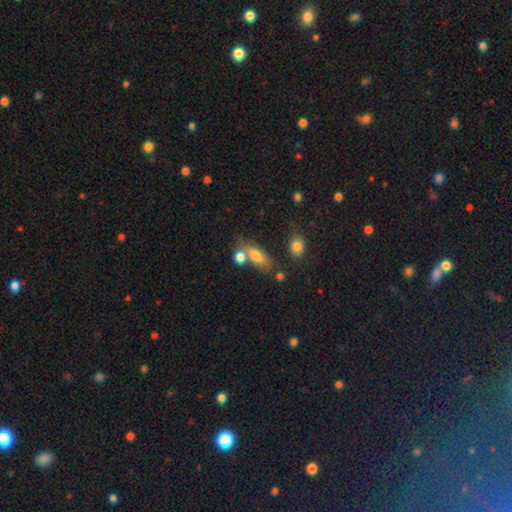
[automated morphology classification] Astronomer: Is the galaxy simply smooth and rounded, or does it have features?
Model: smooth — 74%.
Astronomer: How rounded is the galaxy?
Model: in between — 69%.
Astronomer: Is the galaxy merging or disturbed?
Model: none — 52%.